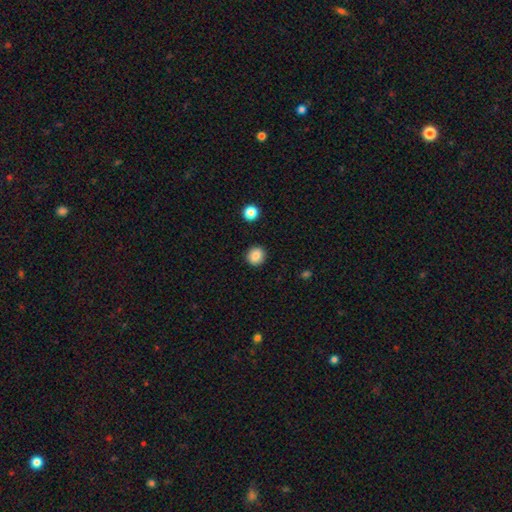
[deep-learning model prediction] Q: Smooth or featured?
A: smooth (87%); runner-up: star or artifact (9%)
Q: How rounded?
A: round (86%); runner-up: in between (13%)
Q: Merging?
A: none (91%); runner-up: minor disturbance (6%)